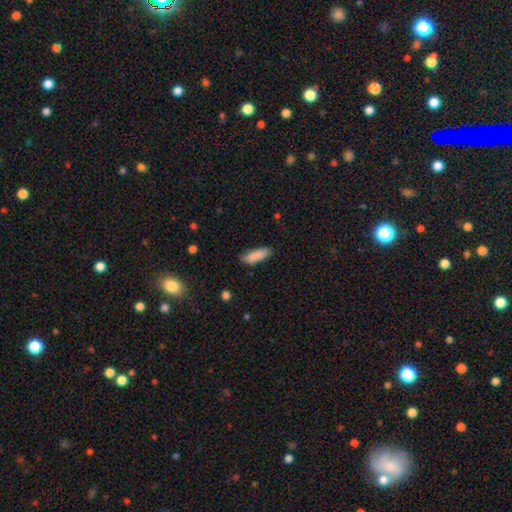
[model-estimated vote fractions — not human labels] smooth_or_featured: smooth (p=0.88) [alt: star or artifact p=0.06]
how_rounded: in between (p=0.62) [alt: cigar-shaped p=0.36]
merging: none (p=0.81) [alt: minor disturbance p=0.15]